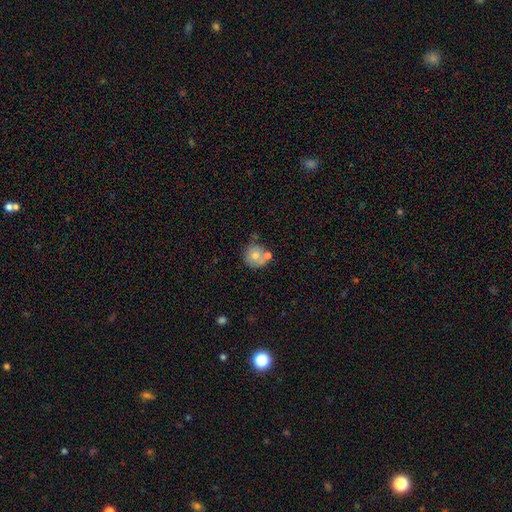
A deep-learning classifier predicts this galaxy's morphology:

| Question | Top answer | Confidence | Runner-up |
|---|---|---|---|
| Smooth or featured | smooth | 68% | featured or disk (22%) |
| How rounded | round | 87% | in between (12%) |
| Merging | none | 51% | merger (28%) |